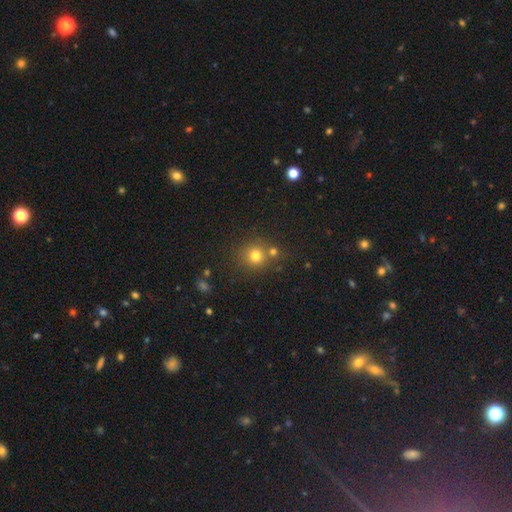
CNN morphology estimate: Smooth or featured: smooth — 75% (star or artifact — 17%)
How rounded: round — 90% (in between — 9%)
Merging: none — 69% (merger — 19%)